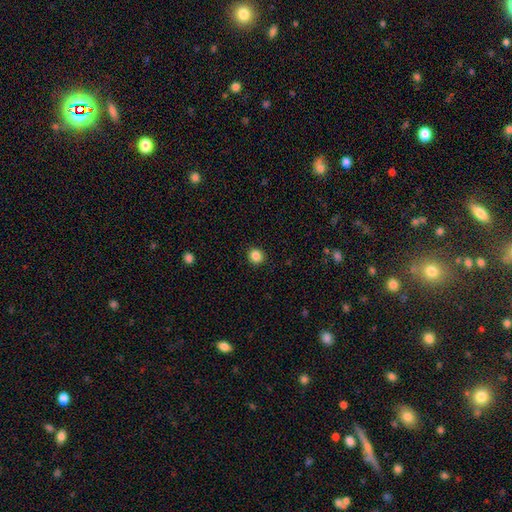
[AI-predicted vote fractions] smooth 85%, star or artifact 11%, featured or disk 4%. Down the decision tree: how rounded — round (86%); merging — none (91%).